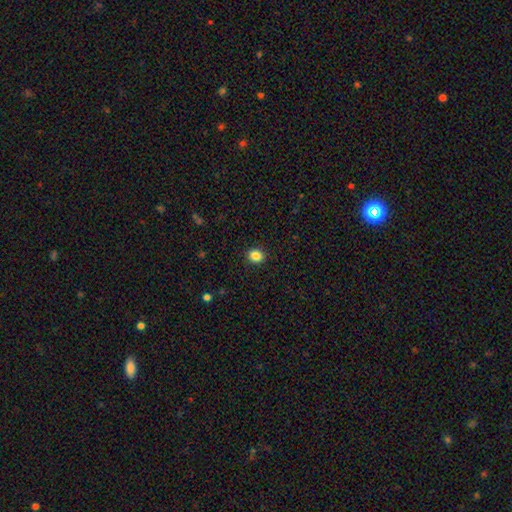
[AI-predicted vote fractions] Morphology: type=smooth (85%); roundness=round (61%); merging=none (91%).